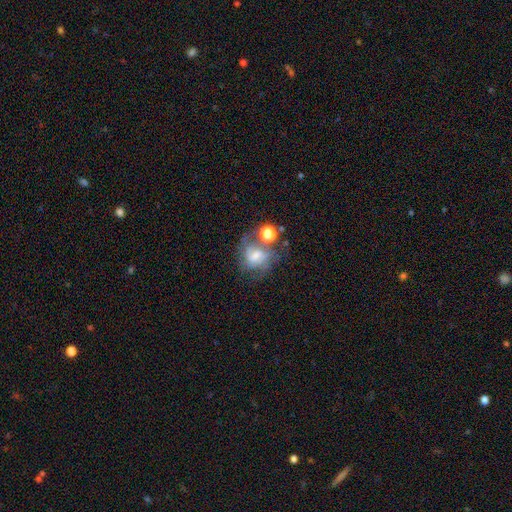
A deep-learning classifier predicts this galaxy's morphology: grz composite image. It shows a featured or disk galaxy (56%) with a weak bar (47%), spiral arms (77%) and a small central bulge (38%). Merging: none (38%).